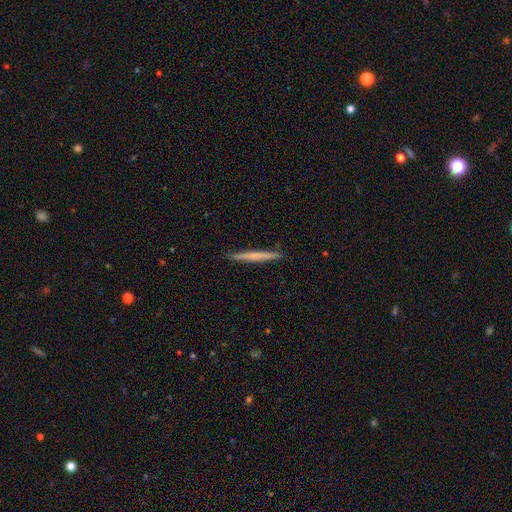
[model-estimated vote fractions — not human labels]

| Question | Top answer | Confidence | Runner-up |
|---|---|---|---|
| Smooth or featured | smooth | 58% | featured or disk (37%) |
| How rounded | cigar-shaped | 97% | in between (2%) |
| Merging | none | 92% | minor disturbance (6%) |